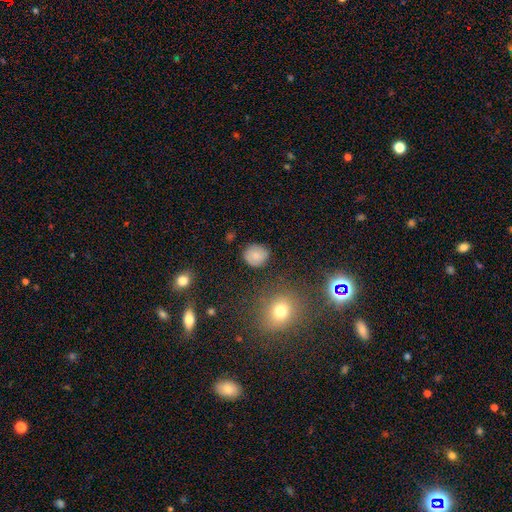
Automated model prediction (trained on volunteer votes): Q: Smooth or featured?
A: smooth (79%); runner-up: featured or disk (11%)
Q: How rounded?
A: round (81%); runner-up: in between (18%)
Q: Merging?
A: none (81%); runner-up: minor disturbance (13%)